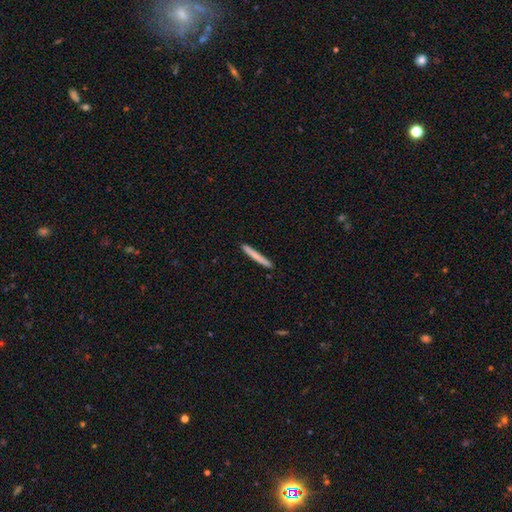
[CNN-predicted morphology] A smooth galaxy with no disk features (75%) that is cigar-shaped (97%).

Vote fractions:
- Smooth or featured? smooth: 75% / featured or disk: 19% / star or artifact: 6%
- How rounded? cigar-shaped: 97% / in between: 2% / round: 1%
- Merging? none: 91% / minor disturbance: 6% / major disturbance: 1% / merger: 1%